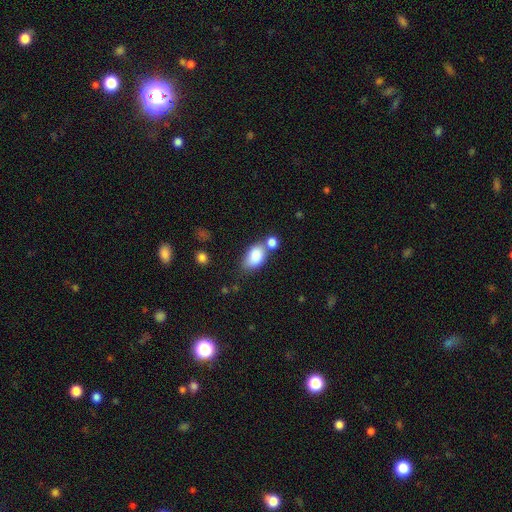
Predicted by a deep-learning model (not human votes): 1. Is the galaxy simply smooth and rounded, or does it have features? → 84% smooth, 9% featured or disk, 8% star or artifact.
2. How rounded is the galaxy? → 87% in between, 11% round, 2% cigar-shaped.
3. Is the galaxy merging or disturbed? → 42% none, 35% merger, 17% minor disturbance, 6% major disturbance.